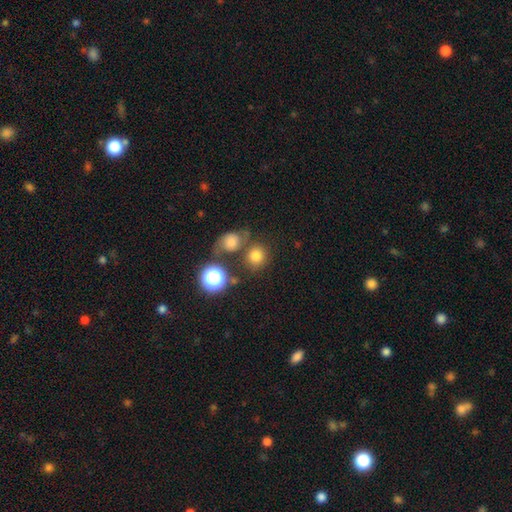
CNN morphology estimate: Overall: smooth (76%). How rounded: round (84%). Merging: none (67%).